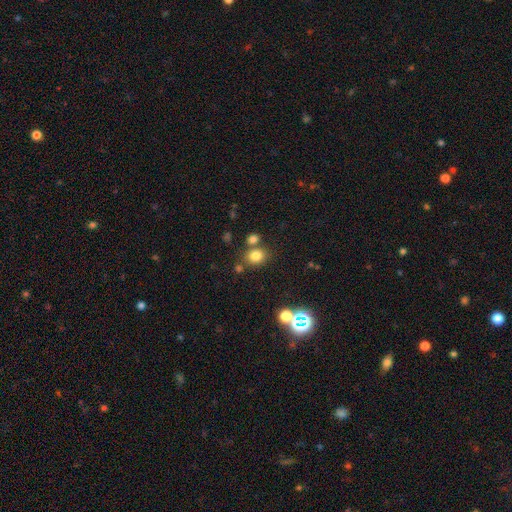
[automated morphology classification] Q: Smooth or featured?
A: smooth (79%); runner-up: star or artifact (15%)
Q: How rounded?
A: round (66%); runner-up: in between (33%)
Q: Merging?
A: none (70%); runner-up: merger (16%)